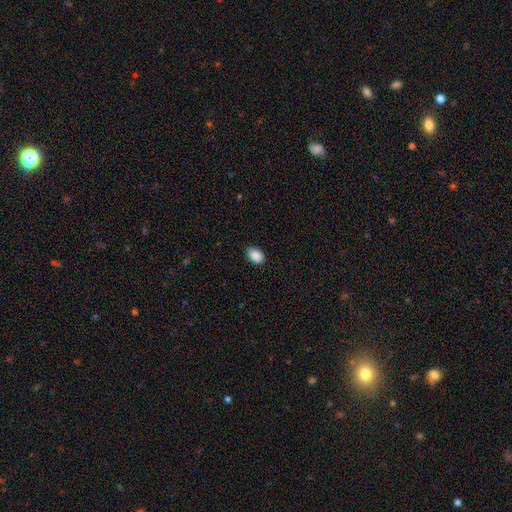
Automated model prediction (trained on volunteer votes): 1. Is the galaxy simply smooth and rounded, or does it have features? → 90% smooth, 7% star or artifact, 3% featured or disk.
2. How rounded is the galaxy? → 85% in between, 14% round, 1% cigar-shaped.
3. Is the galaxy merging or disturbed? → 89% none, 8% minor disturbance, 2% major disturbance, 1% merger.